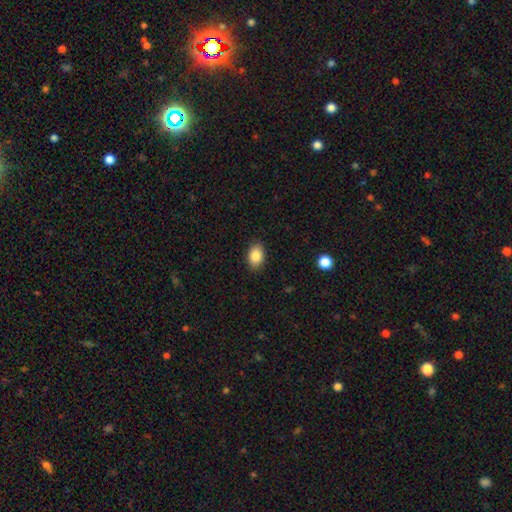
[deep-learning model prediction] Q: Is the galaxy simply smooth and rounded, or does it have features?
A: smooth — 86%.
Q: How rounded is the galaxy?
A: in between — 84%.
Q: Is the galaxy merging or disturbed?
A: none — 88%.